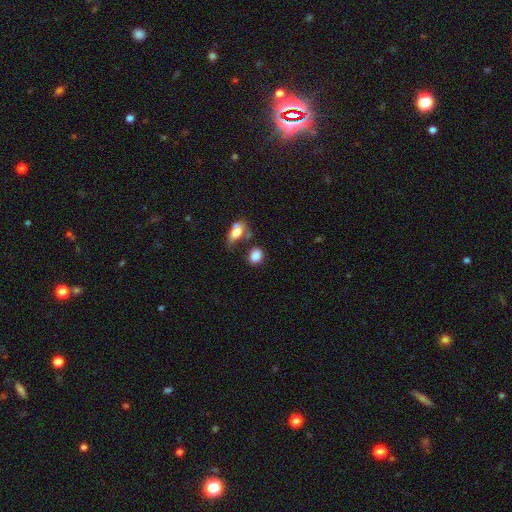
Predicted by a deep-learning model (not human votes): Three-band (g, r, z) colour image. It shows a smooth galaxy with no disk features (85%) that is in between round and cigar-shaped (56%). Merging: none (62%).